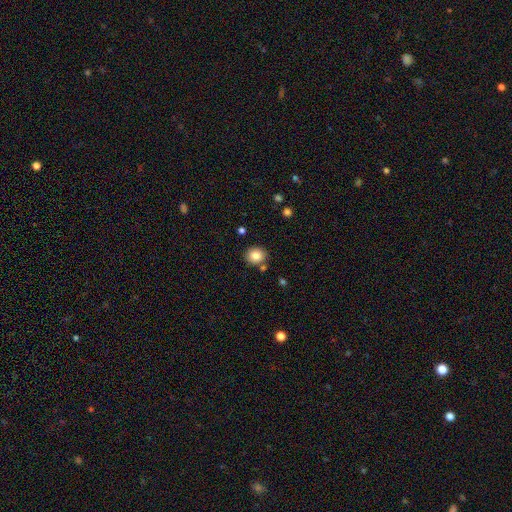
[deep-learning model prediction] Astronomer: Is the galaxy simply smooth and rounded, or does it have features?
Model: smooth — 83%.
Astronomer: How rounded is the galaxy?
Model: round — 80%.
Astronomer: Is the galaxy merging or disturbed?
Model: none — 81%.